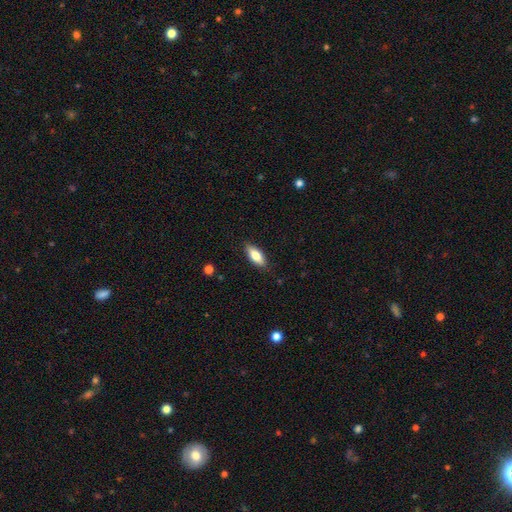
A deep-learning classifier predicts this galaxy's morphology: This appears to be a smooth galaxy with no disk features (77%) that is in between round and cigar-shaped (76%). Merging: none (86%).